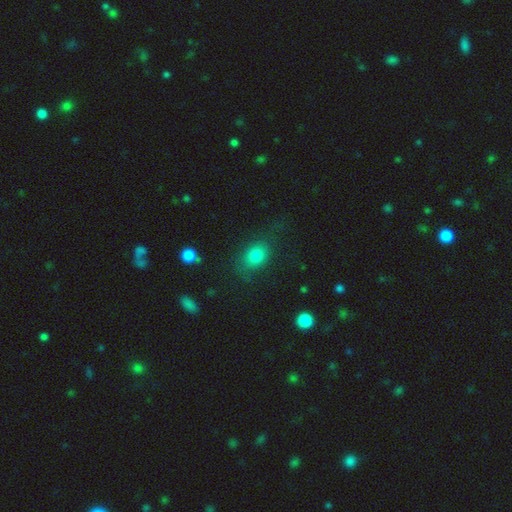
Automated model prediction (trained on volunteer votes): smooth-or-featured: smooth: 79% | star or artifact: 11% | featured or disk: 10%
  how-rounded: in between: 64% | round: 33% | cigar-shaped: 2%
  merging: none: 67% | minor disturbance: 20% | major disturbance: 11% | merger: 3%